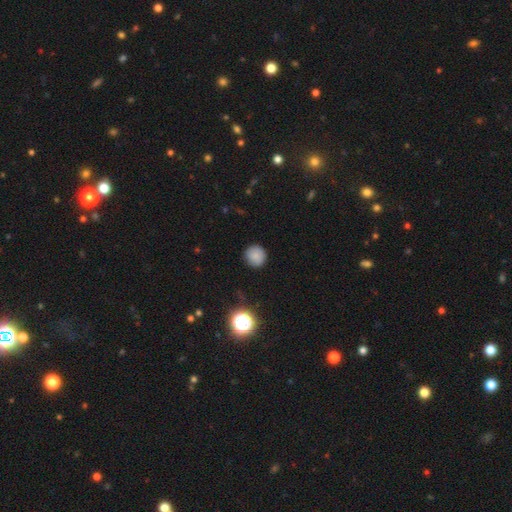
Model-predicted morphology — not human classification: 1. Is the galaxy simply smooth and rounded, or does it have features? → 83% smooth, 12% star or artifact, 5% featured or disk.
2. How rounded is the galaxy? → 93% round, 6% in between, 1% cigar-shaped.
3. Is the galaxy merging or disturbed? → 88% none, 8% minor disturbance, 2% major disturbance, 1% merger.